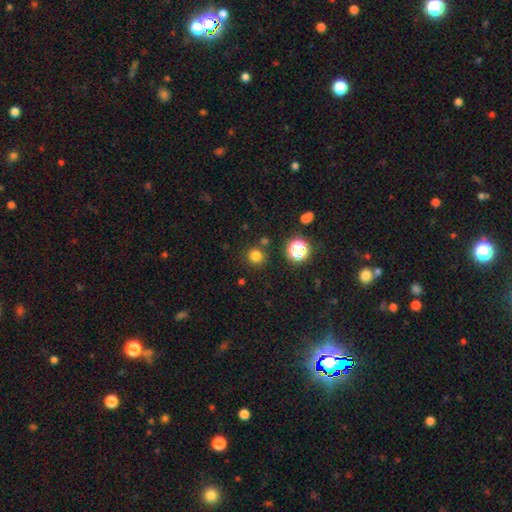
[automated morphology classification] A smooth galaxy with no disk features (76%) that is round (93%).

Vote fractions:
- Smooth or featured? smooth: 76% / star or artifact: 19% / featured or disk: 5%
- How rounded? round: 93% / in between: 6% / cigar-shaped: 1%
- Merging? none: 84% / minor disturbance: 7% / merger: 6% / major disturbance: 3%